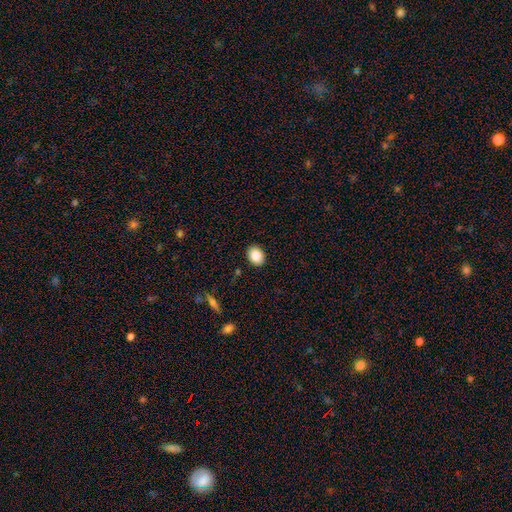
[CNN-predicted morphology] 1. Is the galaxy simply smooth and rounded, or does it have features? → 85% smooth, 9% star or artifact, 6% featured or disk.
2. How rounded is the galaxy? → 51% in between, 48% round, 1% cigar-shaped.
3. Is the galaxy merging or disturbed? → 91% none, 6% minor disturbance, 2% major disturbance, 1% merger.